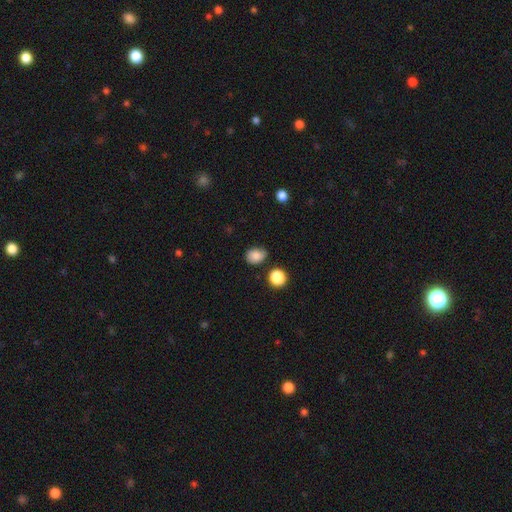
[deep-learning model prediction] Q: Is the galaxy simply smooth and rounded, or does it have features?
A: smooth — 85%.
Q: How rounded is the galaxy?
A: in between — 60%.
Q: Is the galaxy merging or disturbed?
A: none — 74%.